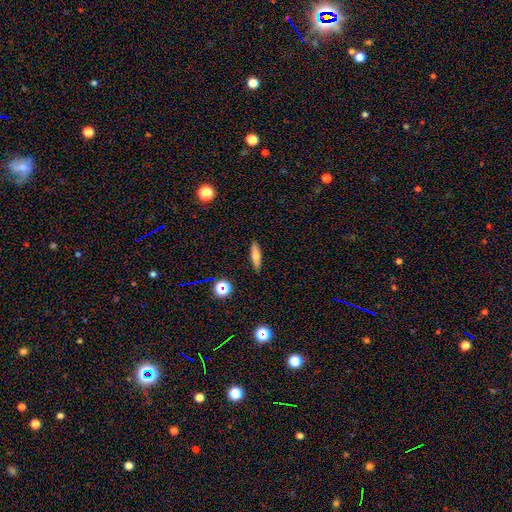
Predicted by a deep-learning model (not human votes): Smooth or featured?
  - smooth: 67% *
  - featured or disk: 23%
  - star or artifact: 10%
How rounded?
  - cigar-shaped: 65% *
  - in between: 32%
  - round: 3%
Merging?
  - none: 87% *
  - minor disturbance: 10%
  - major disturbance: 2%
  - merger: 1%